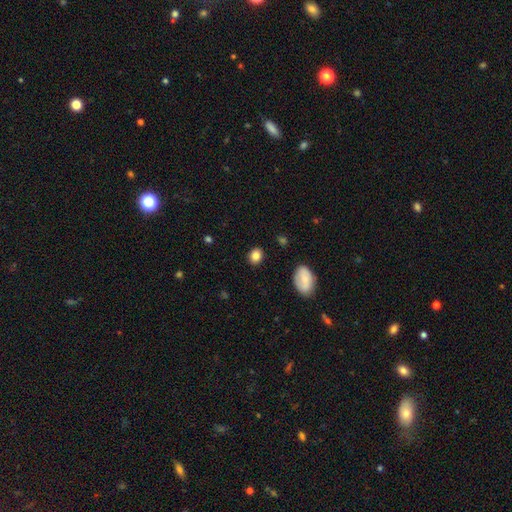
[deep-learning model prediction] This is clearly a smooth galaxy (84%). How rounded: possibly round (51%). Merging: clearly none (87%).